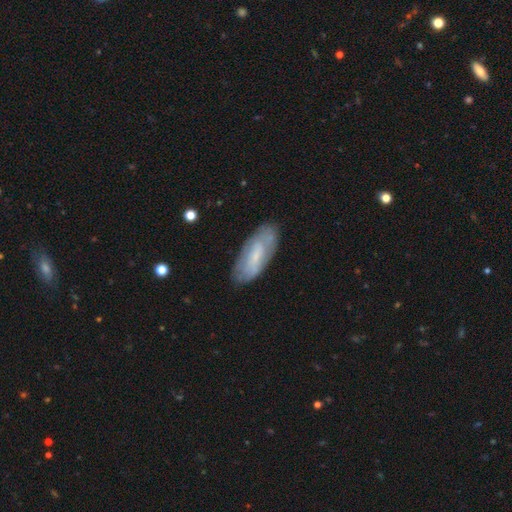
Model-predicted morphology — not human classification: Smooth or featured? smooth (51%)
How rounded? in between (76%)
Merging? none (77%)